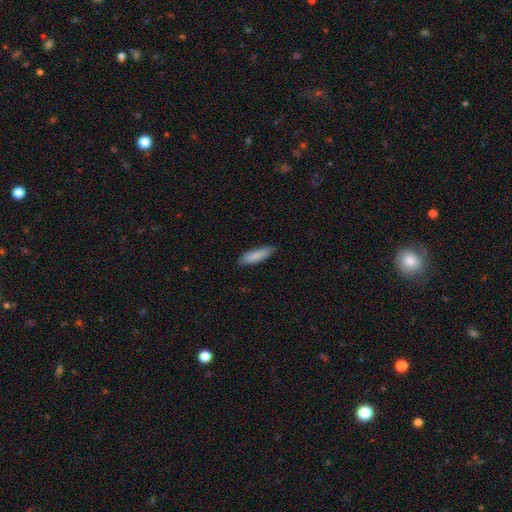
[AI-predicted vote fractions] Morphology: type=smooth (83%); roundness=cigar-shaped (66%); merging=none (84%).